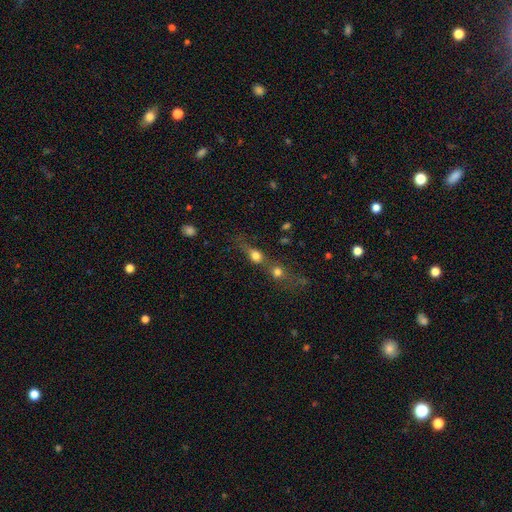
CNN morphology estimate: Smooth or featured: smooth — 67% (featured or disk — 18%)
How rounded: round — 54% (in between — 33%)
Merging: merger — 58% (none — 26%)